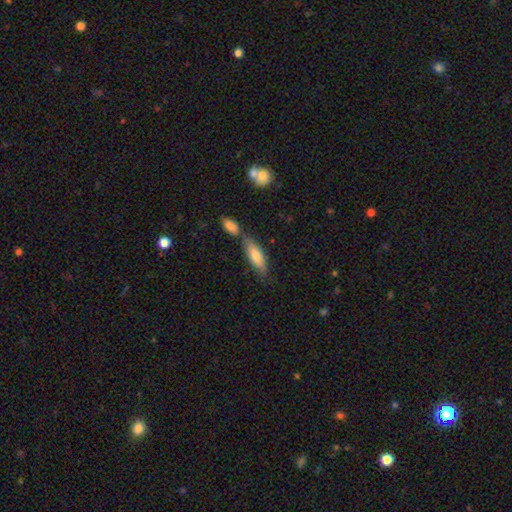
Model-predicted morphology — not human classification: Q: Smooth or featured?
A: smooth (70%); runner-up: featured or disk (23%)
Q: How rounded?
A: in between (50%); runner-up: cigar-shaped (48%)
Q: Merging?
A: none (61%); runner-up: merger (22%)